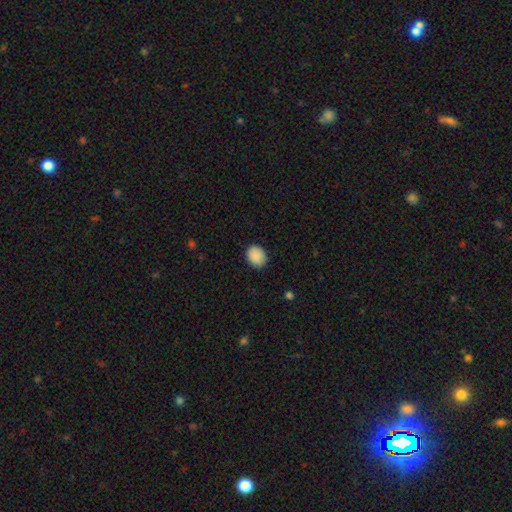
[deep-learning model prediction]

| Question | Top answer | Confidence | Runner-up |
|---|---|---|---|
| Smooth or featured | smooth | 89% | star or artifact (8%) |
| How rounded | round | 56% | in between (44%) |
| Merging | none | 87% | minor disturbance (10%) |